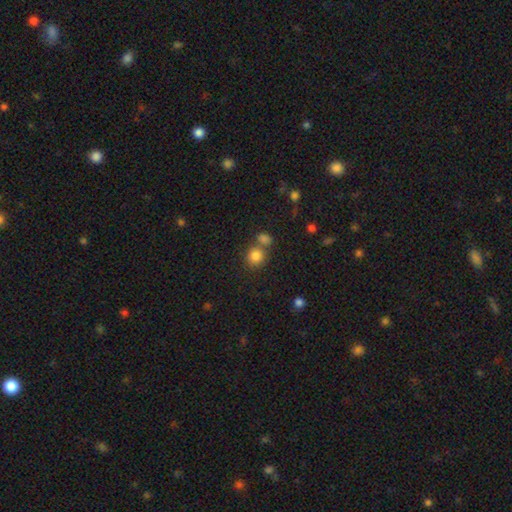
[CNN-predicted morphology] Overall: smooth (83%). How rounded: round (84%). Merging: none (59%; merger 28%).